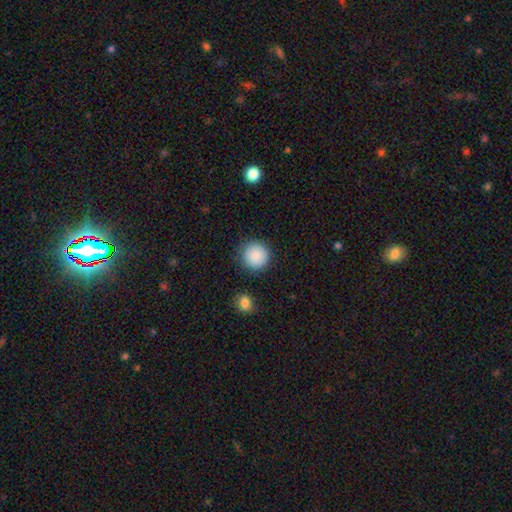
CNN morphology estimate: This appears to be a smooth galaxy with no disk features (88%) that is round (95%). Merging: none (88%).